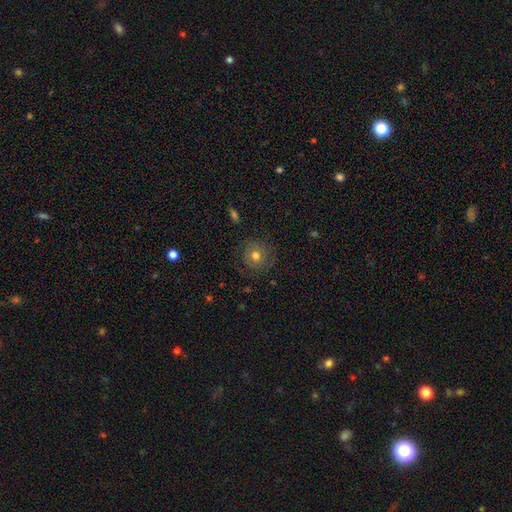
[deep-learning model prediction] Morphology: type=smooth (66%); roundness=round (91%); merging=none (81%).